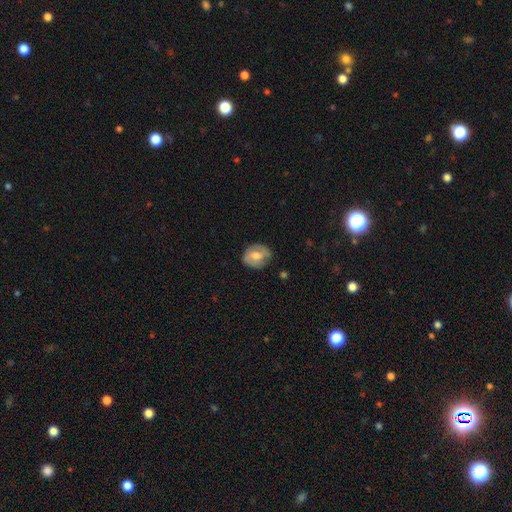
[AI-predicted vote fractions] Q: Smooth or featured?
A: smooth (48%); runner-up: featured or disk (45%)
Q: Merging?
A: none (73%); runner-up: minor disturbance (20%)